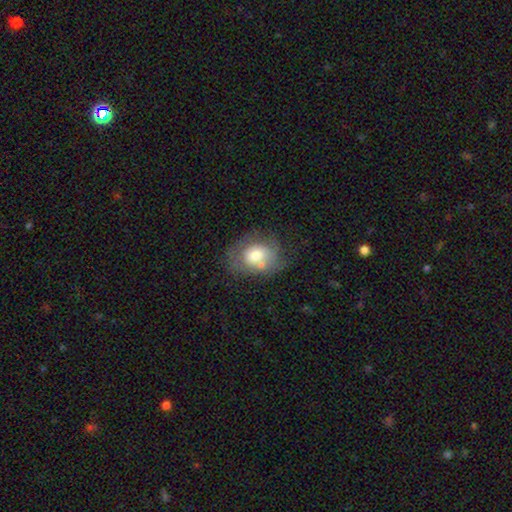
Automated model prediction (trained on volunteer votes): Smooth or featured? smooth (61%)
How rounded? in between (64%)
Merging? none (42%)